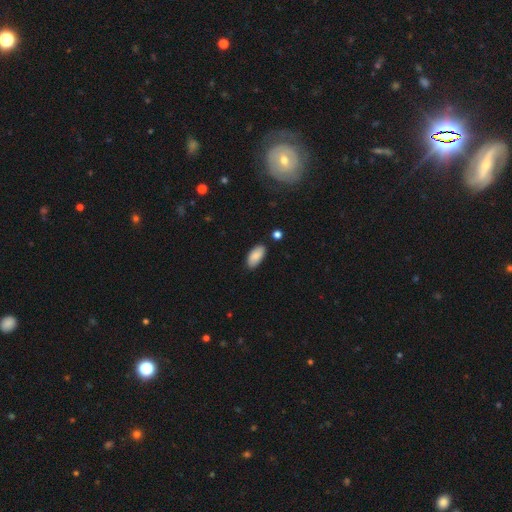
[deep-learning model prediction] This is clearly a smooth galaxy (85%). How rounded: clearly in between (93%). Merging: clearly none (83%).